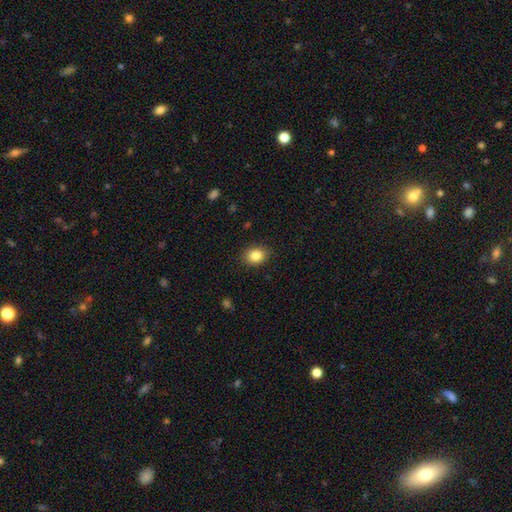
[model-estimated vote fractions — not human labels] This is clearly a smooth galaxy (85%). How rounded: possibly in between (53%). Merging: clearly none (86%).